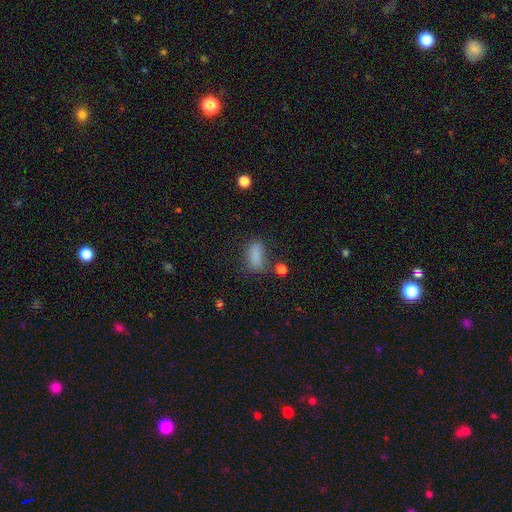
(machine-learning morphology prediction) A smooth galaxy with no disk features (79%) that is in between round and cigar-shaped (81%). Merging: none (56%).